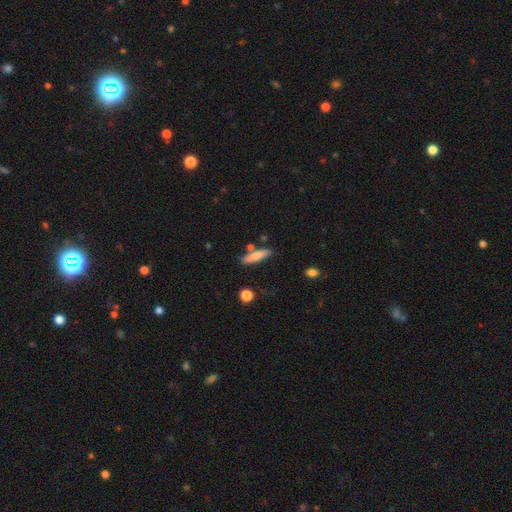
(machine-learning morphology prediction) smooth_or_featured: smooth (p=0.74) [alt: featured or disk p=0.19]
how_rounded: cigar-shaped (p=0.79) [alt: in between p=0.19]
merging: none (p=0.74) [alt: minor disturbance p=0.14]